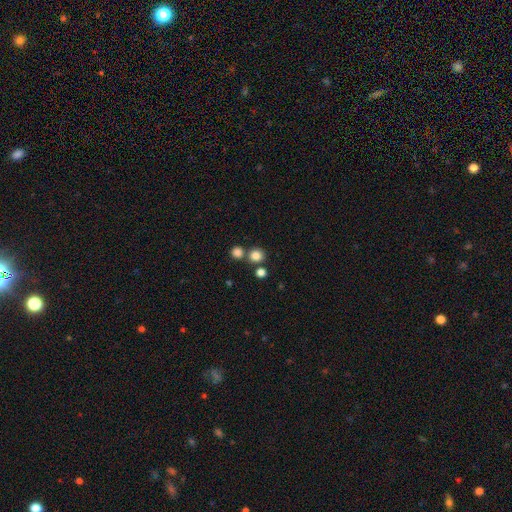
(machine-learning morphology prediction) Smooth or featured? smooth (82%)
How rounded? round (88%)
Merging? none (69%)